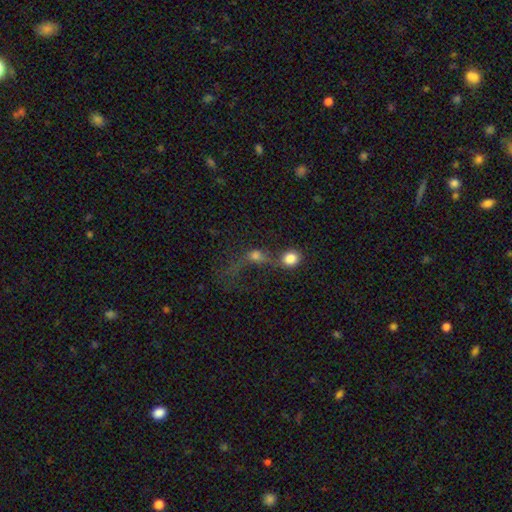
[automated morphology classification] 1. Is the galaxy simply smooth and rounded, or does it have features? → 65% smooth, 18% featured or disk, 17% star or artifact.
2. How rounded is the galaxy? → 66% round, 30% in between, 4% cigar-shaped.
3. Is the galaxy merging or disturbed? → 48% merger, 23% none, 21% major disturbance, 8% minor disturbance.